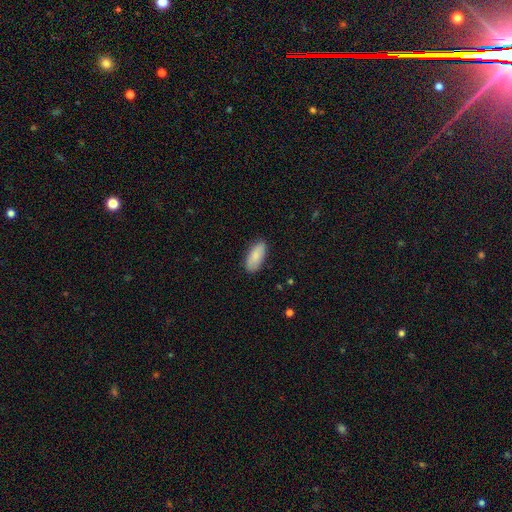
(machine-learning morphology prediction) A smooth galaxy with no disk features (86%) that is in between round and cigar-shaped (87%).

Vote fractions:
- Smooth or featured? smooth: 86% / featured or disk: 8% / star or artifact: 6%
- How rounded? in between: 87% / cigar-shaped: 12% / round: 2%
- Merging? none: 85% / minor disturbance: 11% / major disturbance: 2% / merger: 1%